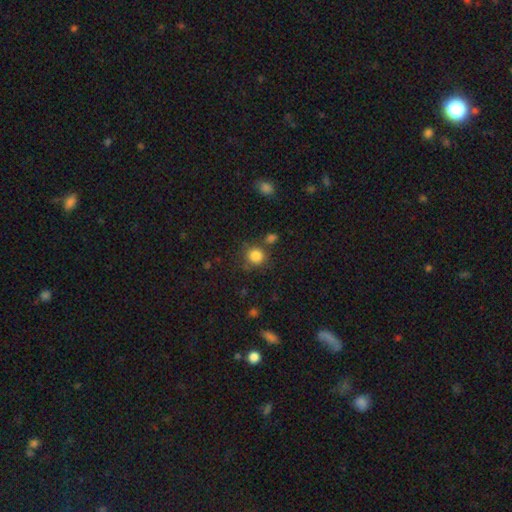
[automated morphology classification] Overall: smooth (84%). How rounded: round (90%). Merging: none (74%).